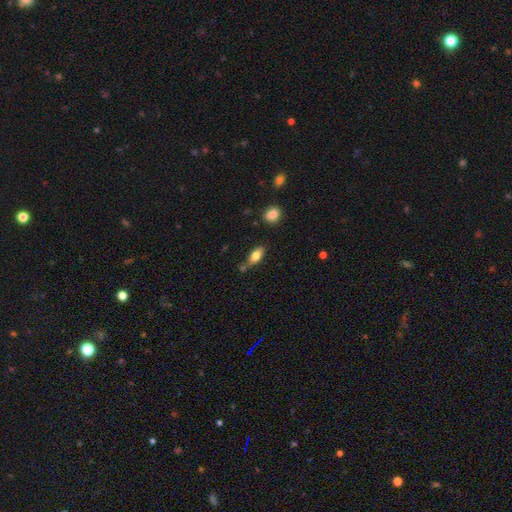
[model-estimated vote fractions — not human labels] A smooth galaxy with no disk features (75%) that is in between round and cigar-shaped (81%).

Vote fractions:
- Smooth or featured? smooth: 75% / featured or disk: 18% / star or artifact: 8%
- How rounded? in between: 81% / cigar-shaped: 14% / round: 5%
- Merging? none: 64% / minor disturbance: 19% / merger: 12% / major disturbance: 5%